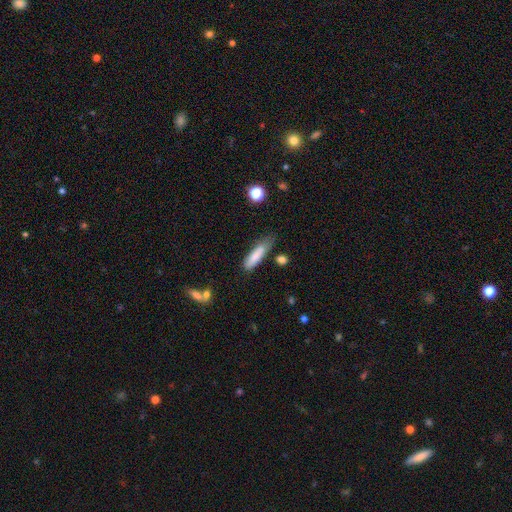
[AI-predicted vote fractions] Smooth or featured?
  - smooth: 80% *
  - featured or disk: 13%
  - star or artifact: 7%
How rounded?
  - cigar-shaped: 63% *
  - in between: 36%
  - round: 2%
Merging?
  - none: 49% *
  - minor disturbance: 33%
  - major disturbance: 11%
  - merger: 6%